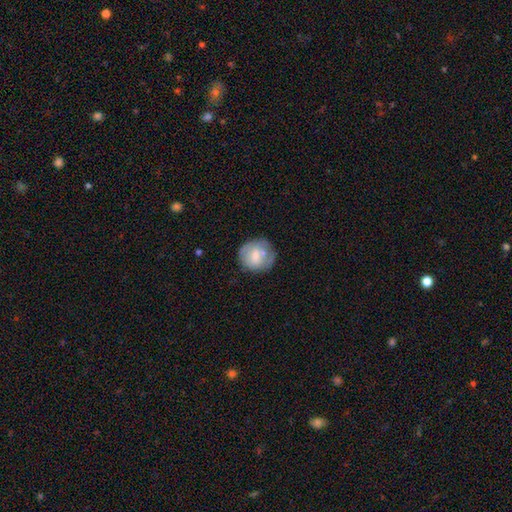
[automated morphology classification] Overall: smooth (60%; featured or disk 33%). How rounded: round (86%). Merging: none (64%).